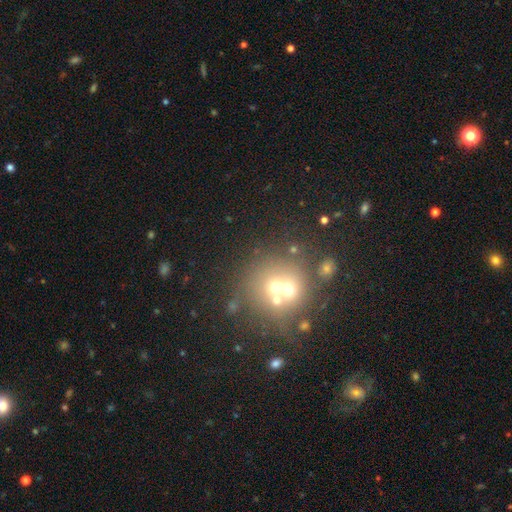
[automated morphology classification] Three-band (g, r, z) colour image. It shows a smooth galaxy with no disk features (43%). Merging: none (53%).